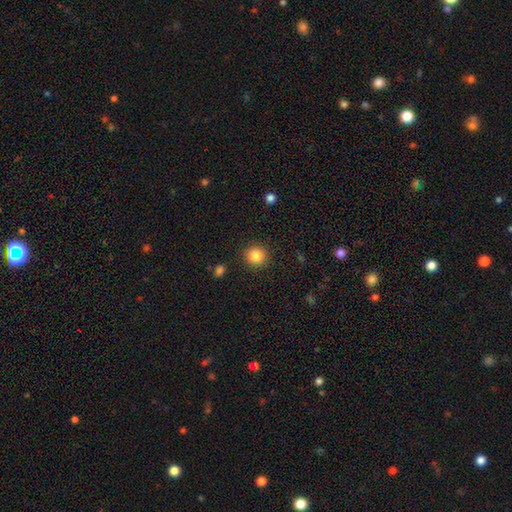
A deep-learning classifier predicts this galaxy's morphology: Smooth or featured?
  - smooth: 86% *
  - star or artifact: 10%
  - featured or disk: 4%
How rounded?
  - round: 91% *
  - in between: 8%
  - cigar-shaped: 1%
Merging?
  - none: 90% *
  - minor disturbance: 6%
  - major disturbance: 2%
  - merger: 1%